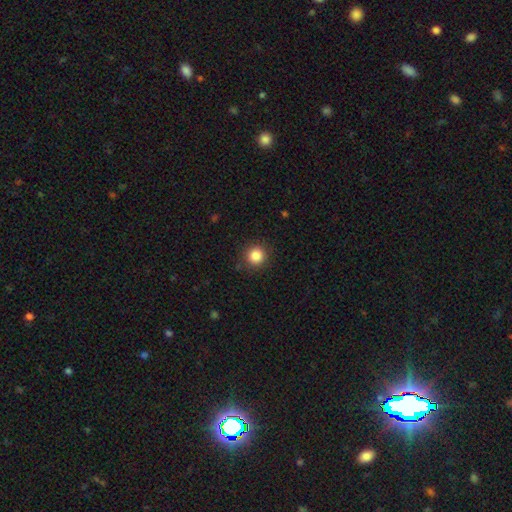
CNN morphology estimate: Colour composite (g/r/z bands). It shows a smooth galaxy with no disk features (85%) that is round (94%). Merging: none (89%).